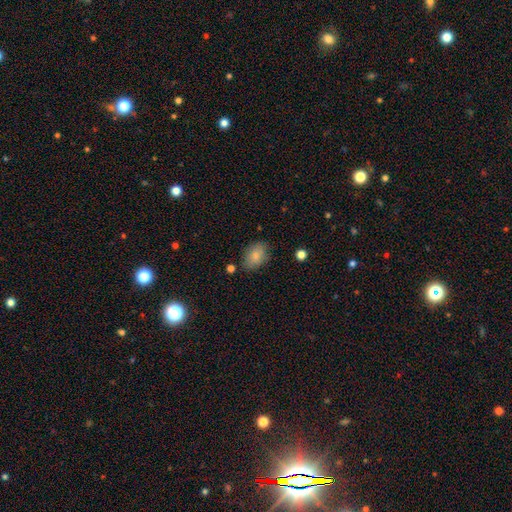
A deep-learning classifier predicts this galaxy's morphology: smooth 83%, featured or disk 9%, star or artifact 8%. Down the decision tree: how rounded — in between (83%); merging — none (79%).